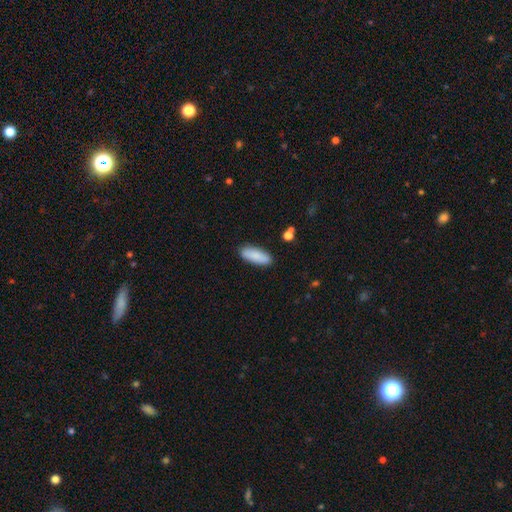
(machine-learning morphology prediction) Smooth or featured? smooth (87%)
How rounded? in between (65%)
Merging? none (88%)